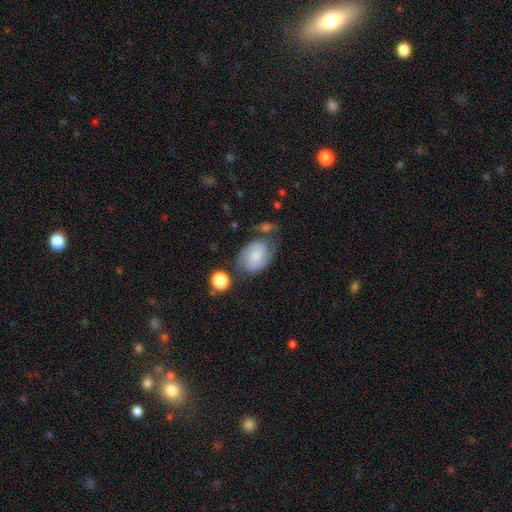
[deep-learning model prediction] Smooth or featured: smooth — 50% (featured or disk — 41%)
Merging: none — 48% (minor disturbance — 25%)